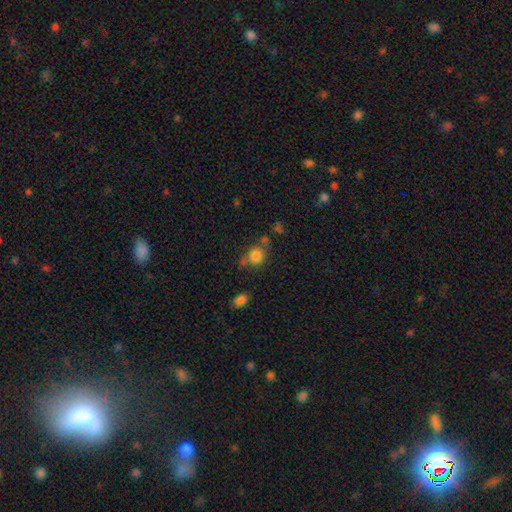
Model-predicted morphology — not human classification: This appears to be a smooth galaxy with no disk features (82%) that is round (78%). Merging: none (59%).